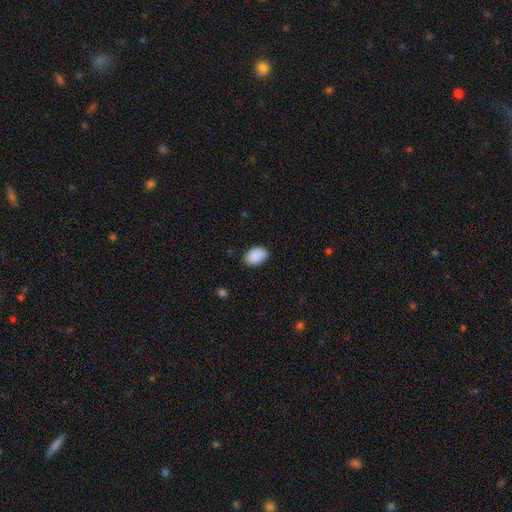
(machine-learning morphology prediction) Smooth or featured? smooth (90%)
How rounded? in between (87%)
Merging? none (84%)